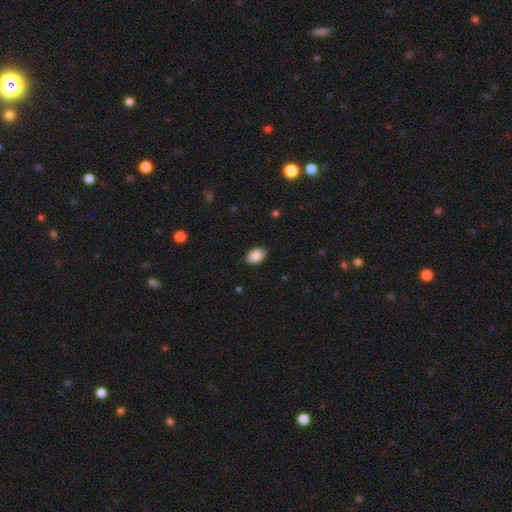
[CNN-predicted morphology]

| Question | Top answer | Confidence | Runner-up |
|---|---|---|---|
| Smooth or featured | smooth | 88% | star or artifact (7%) |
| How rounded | in between | 88% | round (11%) |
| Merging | none | 85% | minor disturbance (12%) |